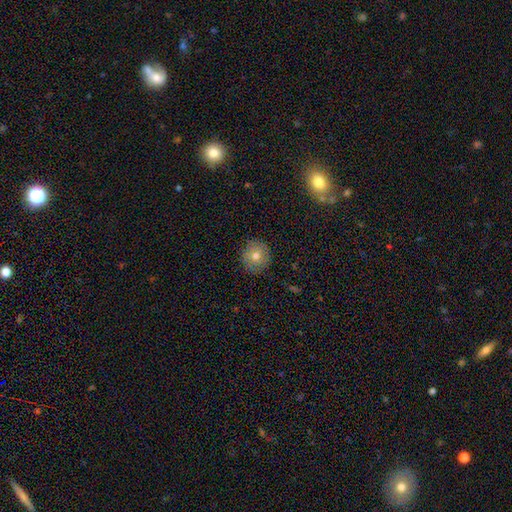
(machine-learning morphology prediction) type=smooth (68%); roundness=round (91%); merging=none (88%).